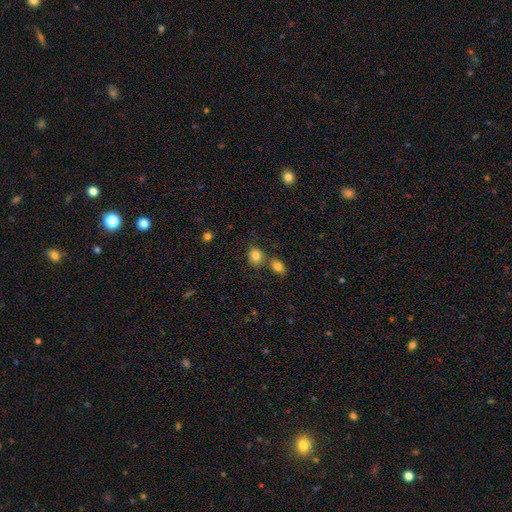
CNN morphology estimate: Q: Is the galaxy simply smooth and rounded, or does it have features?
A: smooth — 82%.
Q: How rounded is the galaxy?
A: round — 52%.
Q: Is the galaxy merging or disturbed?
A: none — 60%.